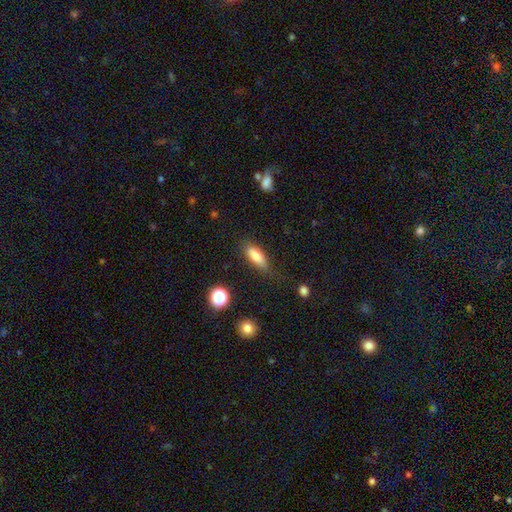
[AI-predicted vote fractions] This is likely a smooth galaxy (79%). How rounded: likely in between (66%). Merging: likely none (73%).